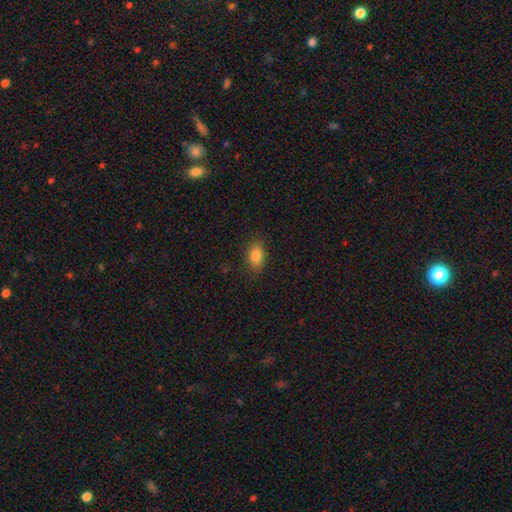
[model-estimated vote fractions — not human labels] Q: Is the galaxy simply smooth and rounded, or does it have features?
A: smooth — 84%.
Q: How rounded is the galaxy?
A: in between — 87%.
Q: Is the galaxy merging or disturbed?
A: none — 84%.